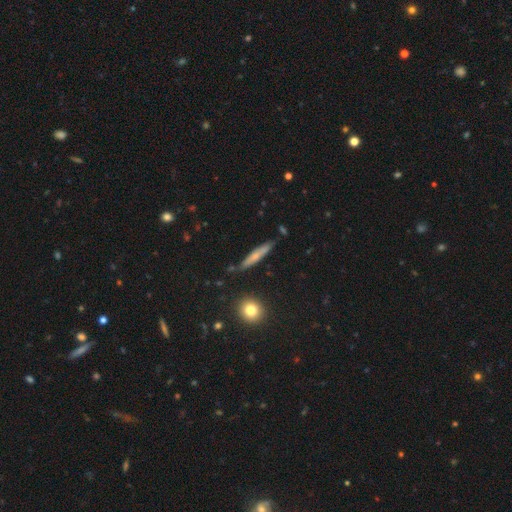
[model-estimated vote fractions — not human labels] smooth-or-featured: smooth: 53% | featured or disk: 39% | star or artifact: 8%
  how-rounded: cigar-shaped: 91% | in between: 7% | round: 3%
  merging: none: 82% | minor disturbance: 13% | merger: 3% | major disturbance: 2%